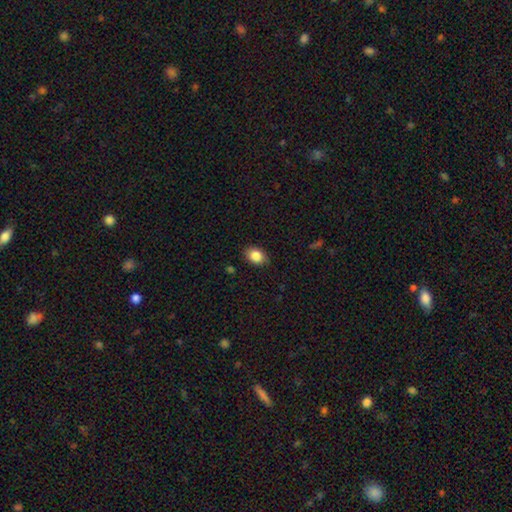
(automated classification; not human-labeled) The model was most divided on "how rounded": in between: 74%, round: 25%, cigar-shaped: 1%. More confident: smooth or featured — smooth (85%); merging — none (84%).